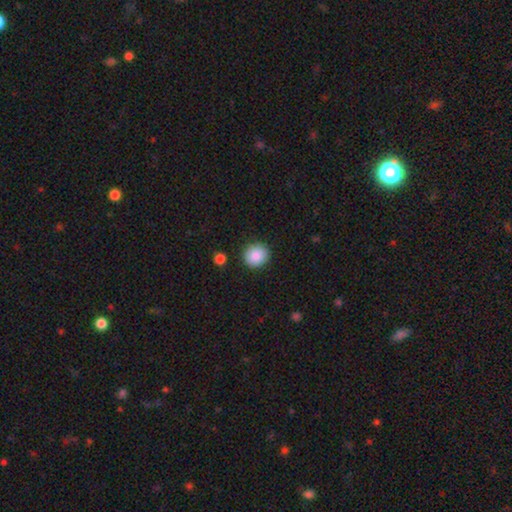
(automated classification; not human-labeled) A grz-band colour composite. It shows a smooth galaxy with no disk features (87%) that is round (87%). Merging: none (90%).